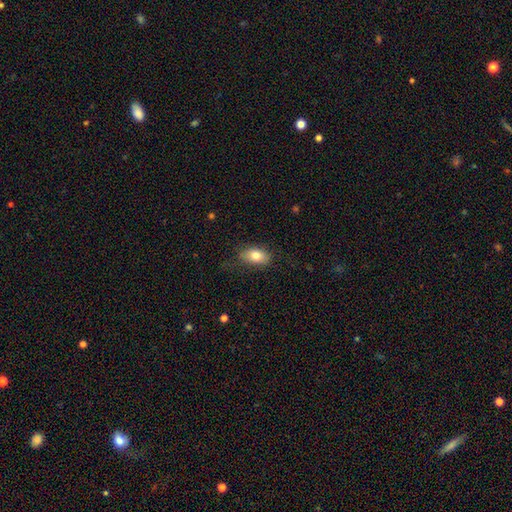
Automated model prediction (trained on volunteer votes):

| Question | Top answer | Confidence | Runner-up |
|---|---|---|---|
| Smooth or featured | smooth | 78% | featured or disk (14%) |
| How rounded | in between | 87% | round (10%) |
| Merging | none | 74% | minor disturbance (19%) |